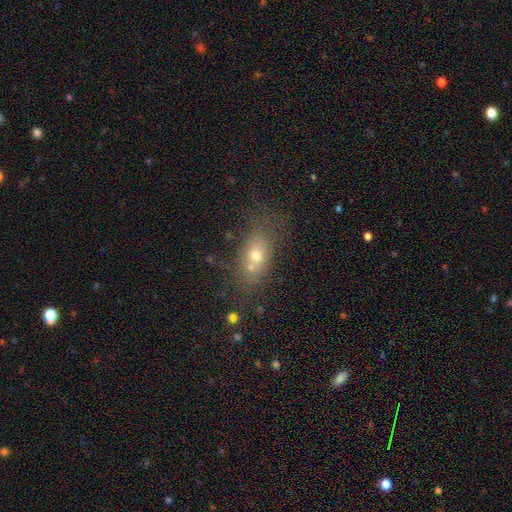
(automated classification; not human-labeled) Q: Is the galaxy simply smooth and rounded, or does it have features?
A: smooth — 63%.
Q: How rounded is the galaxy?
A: in between — 67%.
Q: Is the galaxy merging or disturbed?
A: none — 48%.